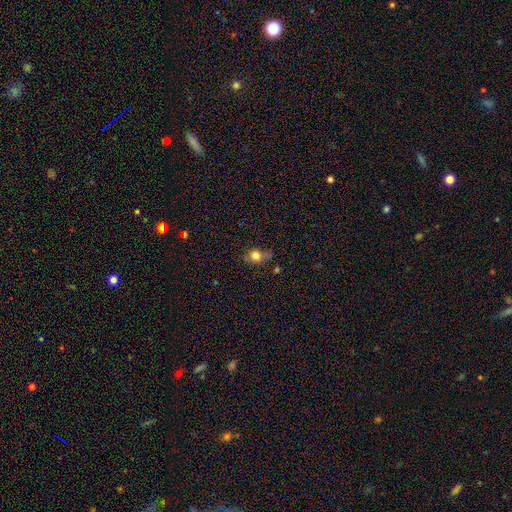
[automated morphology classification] Overall: smooth (77%). How rounded: round (75%). Merging: none (60%; minor disturbance 26%).